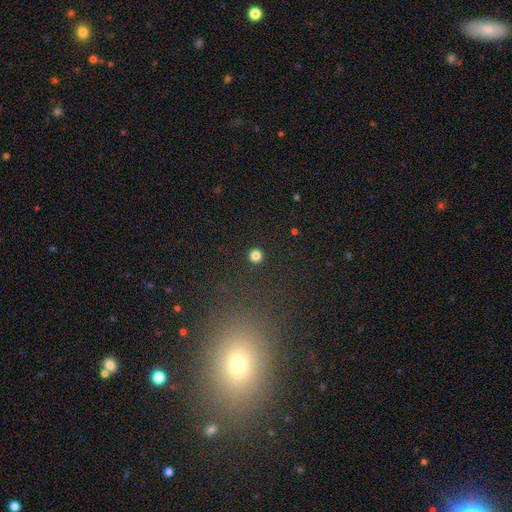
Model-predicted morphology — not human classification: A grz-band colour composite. It shows a smooth galaxy with no disk features (82%) that is round (96%). Merging: none (93%).